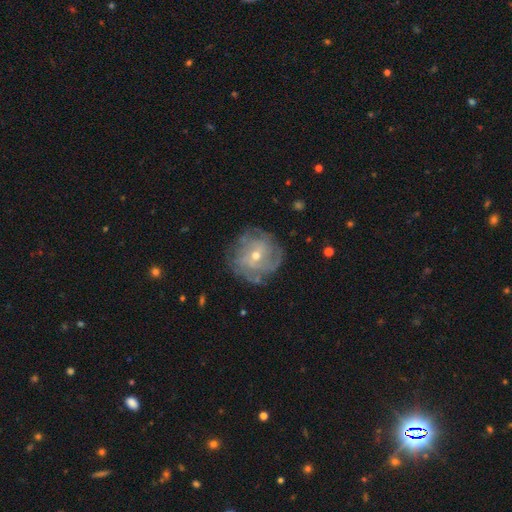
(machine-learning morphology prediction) Q: Smooth or featured?
A: featured or disk (77%); runner-up: smooth (15%)
Q: Edge-on disk?
A: no (97%); runner-up: yes (3%)
Q: Bar?
A: no (56%); runner-up: weak (36%)
Q: Spiral arms?
A: yes (85%); runner-up: no (15%)
Q: Spiral winding?
A: tight (62%); runner-up: medium (28%)
Q: Spiral arm count?
A: can't tell (49%); runner-up: 3 (14%)
Q: Bulge size?
A: small (50%); runner-up: moderate (47%)
Q: Merging?
A: none (75%); runner-up: minor disturbance (16%)